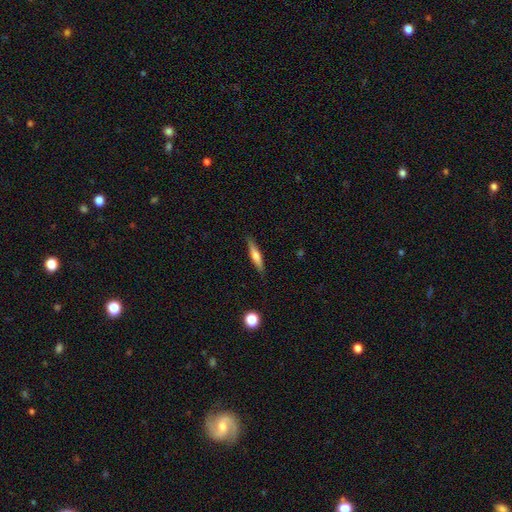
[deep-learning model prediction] The model was most divided on "smooth or featured": smooth: 55%, featured or disk: 39%, star or artifact: 7%. More confident: merging — none (88%); how rounded — cigar-shaped (86%).